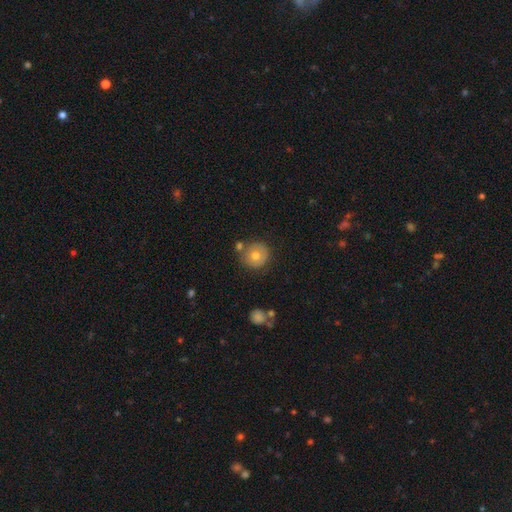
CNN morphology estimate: Overall: smooth (64%; featured or disk 27%). How rounded: round (92%). Merging: none (72%).